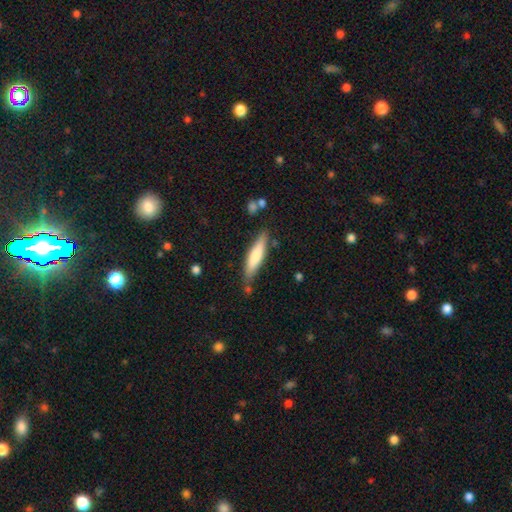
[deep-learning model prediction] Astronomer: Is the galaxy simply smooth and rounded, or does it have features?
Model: smooth — 70%.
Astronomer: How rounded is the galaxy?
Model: cigar-shaped — 79%.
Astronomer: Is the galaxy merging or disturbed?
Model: none — 78%.